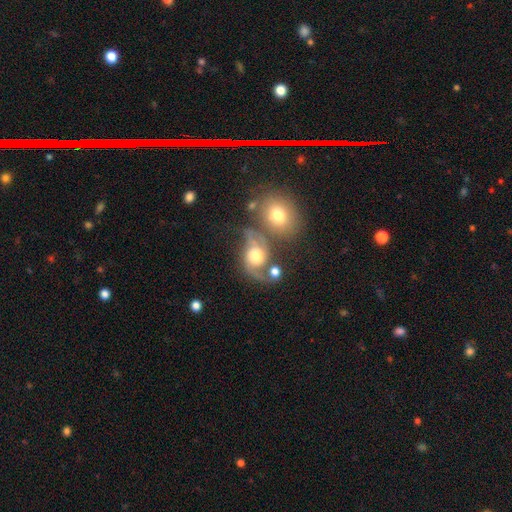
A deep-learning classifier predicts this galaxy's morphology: type=featured or disk (74%); edge-on=no (98%); bar=no (70%); spiral arms=yes (92%); winding=loose (48%); arm count=2 (87%); bulge=moderate (52%); merging=none (39%).